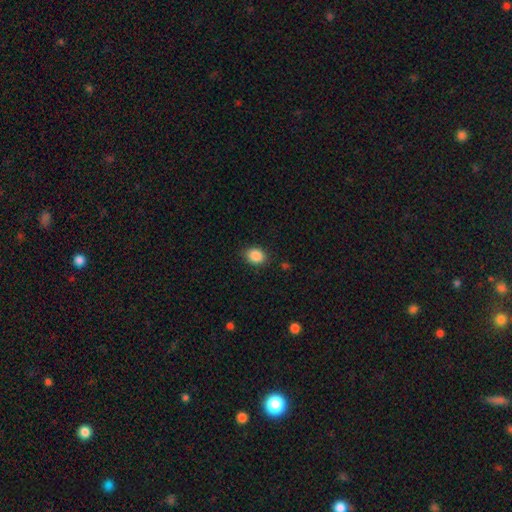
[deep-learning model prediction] Smooth or featured? Predicted: smooth (p=0.88). How rounded? Predicted: in between (p=0.56). Merging? Predicted: none (p=0.85).